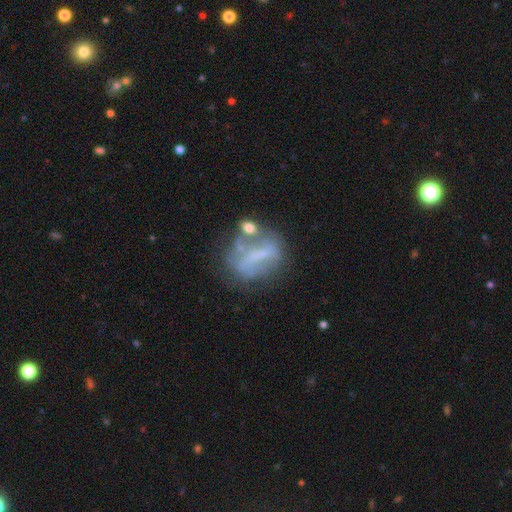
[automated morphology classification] Smooth or featured: featured or disk — 55% (smooth — 31%)
Edge-on disk: no — 92% (yes — 8%)
Bar: strong — 40% (no — 35%)
Spiral arms: no — 79% (yes — 21%)
Bulge size: none — 55% (small — 29%)
Merging: none — 43% (minor disturbance — 21%)